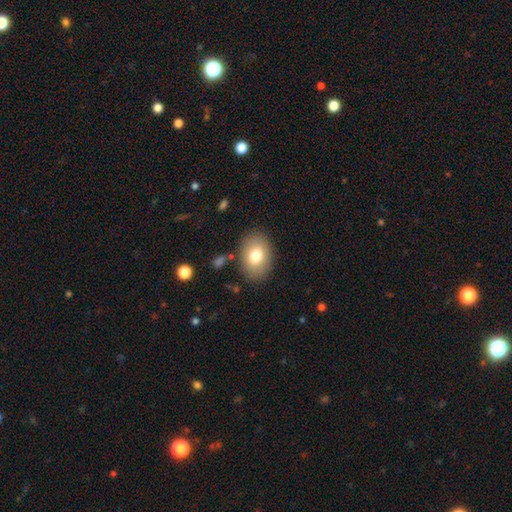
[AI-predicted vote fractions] Smooth or featured? Predicted: smooth (p=0.77). How rounded? Predicted: in between (p=0.77). Merging? Predicted: none (p=0.84).